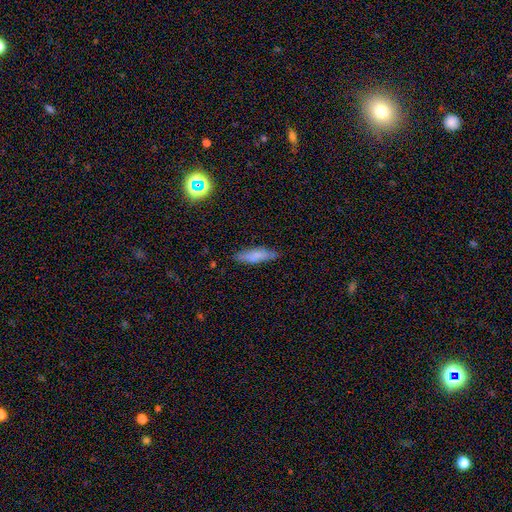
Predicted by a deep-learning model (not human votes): Overall: smooth (74%). How rounded: cigar-shaped (70%). Merging: none (79%).